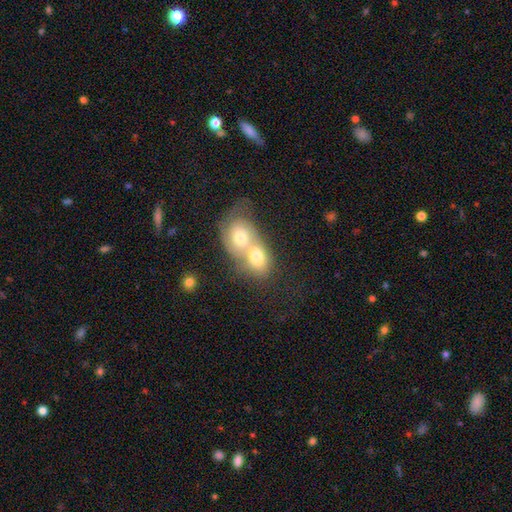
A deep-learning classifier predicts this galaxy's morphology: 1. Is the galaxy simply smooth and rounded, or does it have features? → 61% smooth, 31% featured or disk, 8% star or artifact.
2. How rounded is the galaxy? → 59% in between, 39% round, 2% cigar-shaped.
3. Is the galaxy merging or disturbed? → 79% merger, 12% none, 5% minor disturbance, 4% major disturbance.